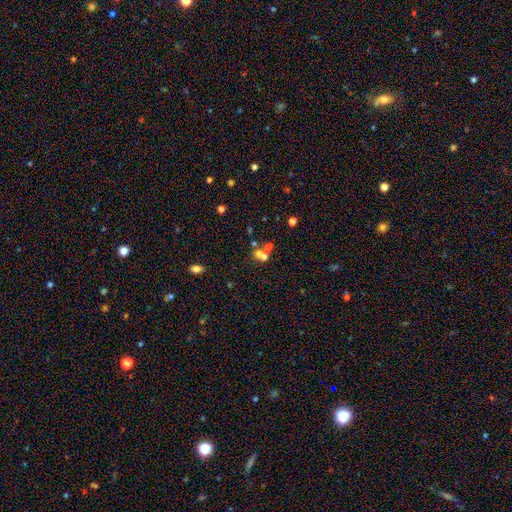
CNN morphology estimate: star or artifact 46%, smooth 39%, featured or disk 16%.